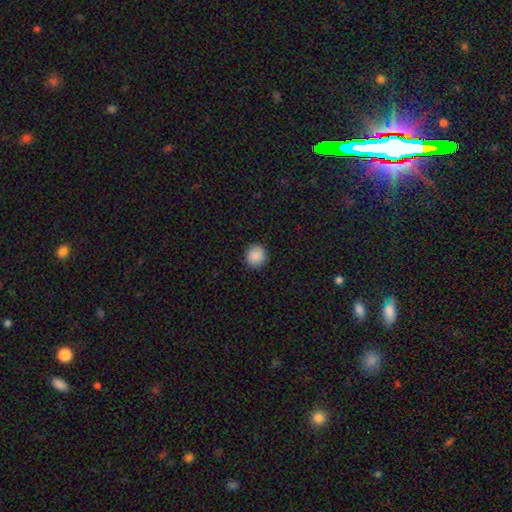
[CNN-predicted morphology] The model was most divided on "how rounded": round: 89%, in between: 11%, cigar-shaped: 1%. More confident: merging — none (92%); smooth or featured — smooth (90%).